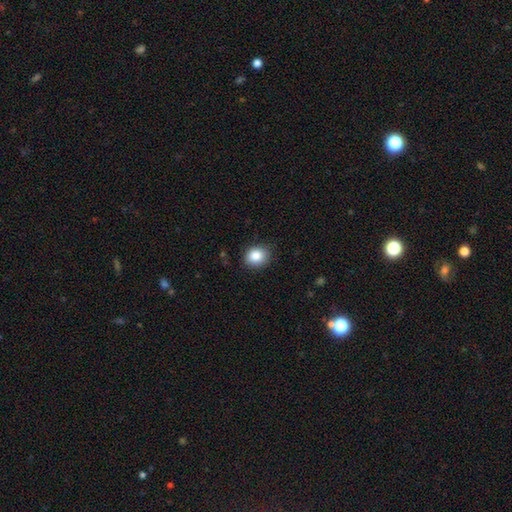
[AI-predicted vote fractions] This is clearly a smooth galaxy (86%). How rounded: possibly round (60%). Merging: clearly none (84%).